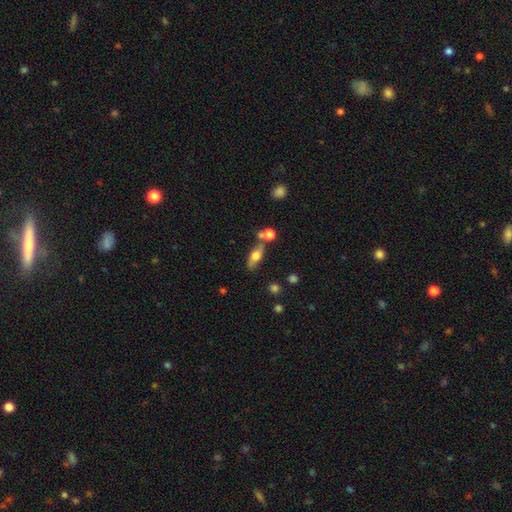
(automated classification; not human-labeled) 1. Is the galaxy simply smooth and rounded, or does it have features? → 56% smooth, 35% featured or disk, 9% star or artifact.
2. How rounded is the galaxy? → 66% in between, 25% cigar-shaped, 9% round.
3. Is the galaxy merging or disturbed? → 56% none, 21% merger, 16% minor disturbance, 7% major disturbance.